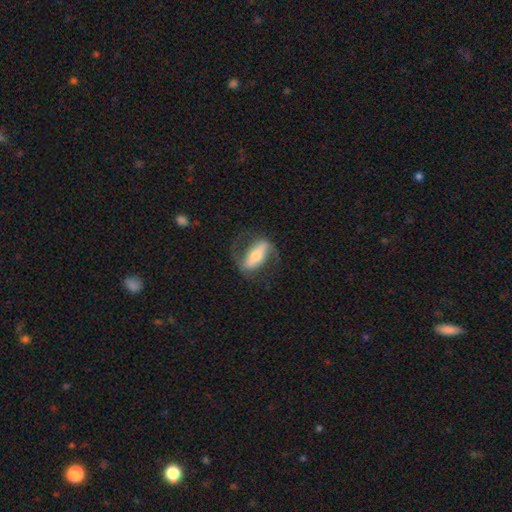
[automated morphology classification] This appears to be a featured or disk galaxy (71%) with a strong bar (67%), spiral arms (81%) and a moderate central bulge (52%). Merging: none (70%).